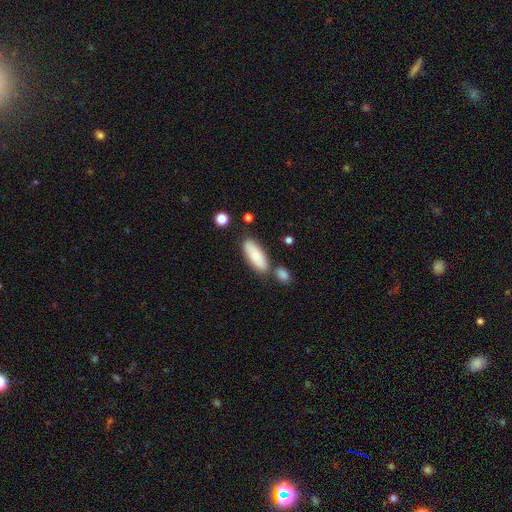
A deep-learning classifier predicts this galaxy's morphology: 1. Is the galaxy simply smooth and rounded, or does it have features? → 85% smooth, 9% featured or disk, 6% star or artifact.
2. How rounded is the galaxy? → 73% in between, 25% cigar-shaped, 2% round.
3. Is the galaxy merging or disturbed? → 68% none, 14% minor disturbance, 13% merger, 4% major disturbance.